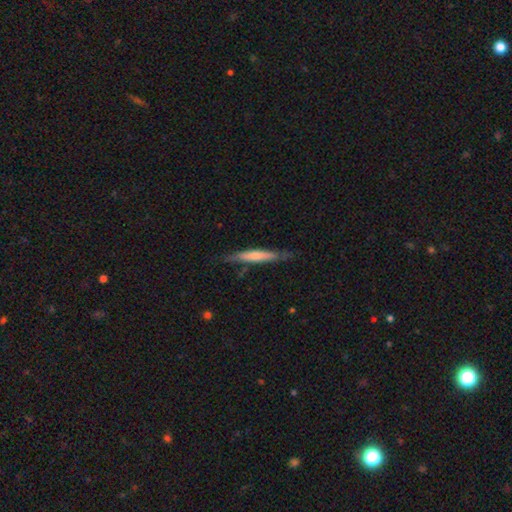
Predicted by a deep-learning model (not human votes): The model was most divided on "smooth or featured": smooth: 53%, featured or disk: 41%, star or artifact: 5%. More confident: how rounded — cigar-shaped (93%); merging — none (77%).